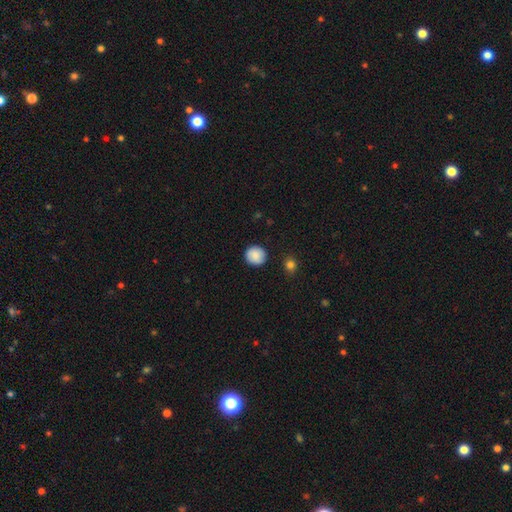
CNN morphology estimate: A smooth galaxy with no disk features (87%) that is round (90%). Merging: none (89%).